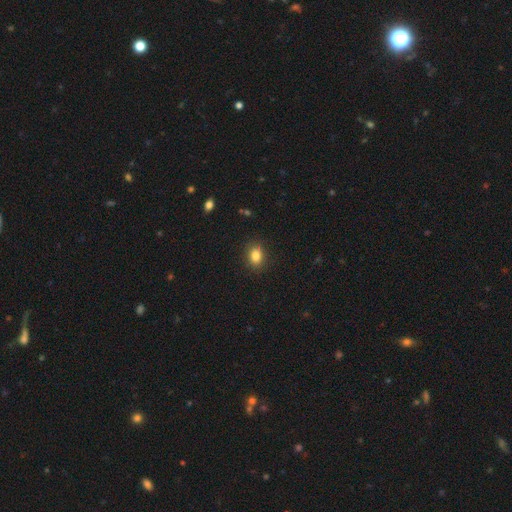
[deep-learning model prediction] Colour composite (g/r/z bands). It shows a smooth galaxy with no disk features (84%) that is in between round and cigar-shaped (63%). Merging: none (87%).